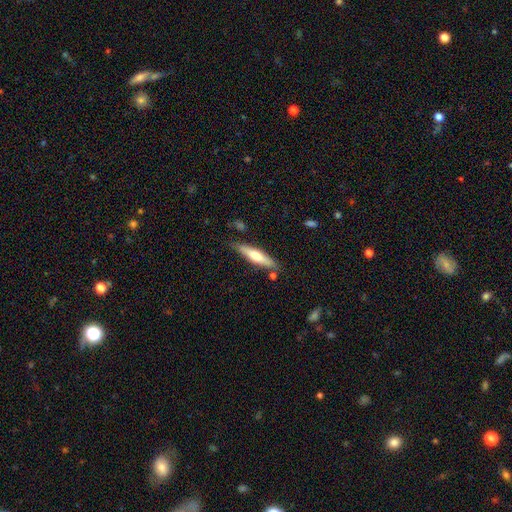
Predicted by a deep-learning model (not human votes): Smooth or featured?
  - smooth: 51% *
  - featured or disk: 43%
  - star or artifact: 5%
How rounded?
  - cigar-shaped: 82% *
  - in between: 17%
  - round: 1%
Merging?
  - none: 80% *
  - minor disturbance: 14%
  - merger: 4%
  - major disturbance: 3%